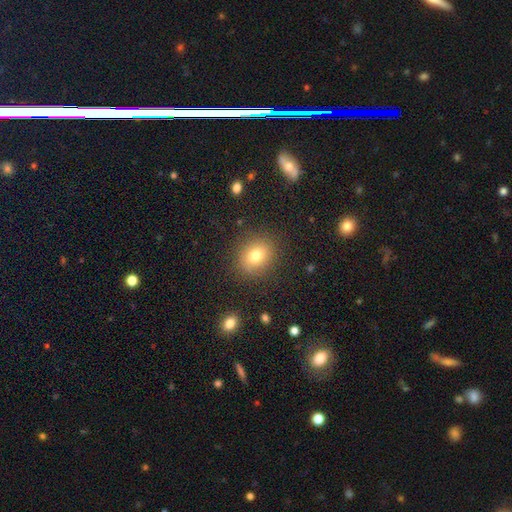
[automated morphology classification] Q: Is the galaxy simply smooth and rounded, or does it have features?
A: smooth — 77%.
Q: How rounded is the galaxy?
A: round — 67%.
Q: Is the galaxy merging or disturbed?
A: none — 86%.